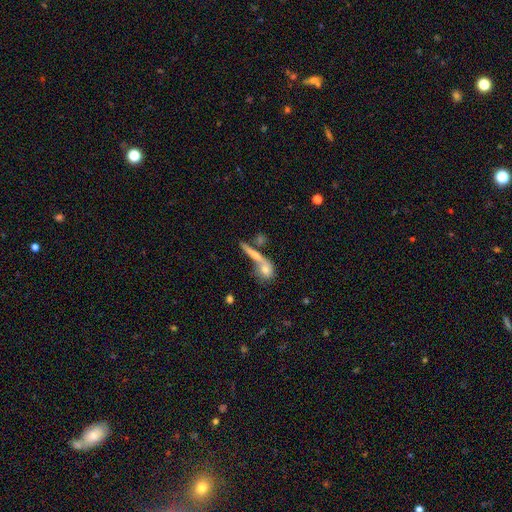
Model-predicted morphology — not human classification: Q: Smooth or featured?
A: smooth (50%); runner-up: featured or disk (36%)
Q: How rounded?
A: cigar-shaped (47%); runner-up: round (27%)
Q: Merging?
A: none (42%); runner-up: merger (40%)